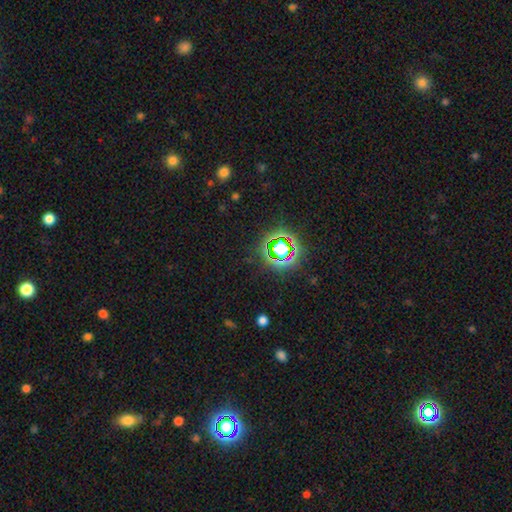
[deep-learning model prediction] Smooth or featured: star or artifact — 76% (smooth — 17%)